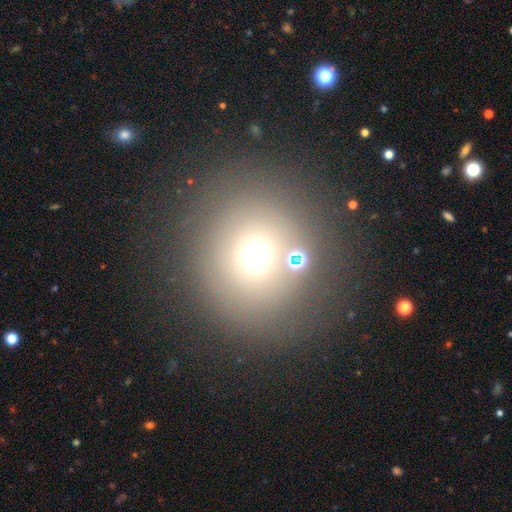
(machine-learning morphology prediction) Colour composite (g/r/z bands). It shows a smooth galaxy with no disk features (65%) that is round (90%). Merging: none (77%).